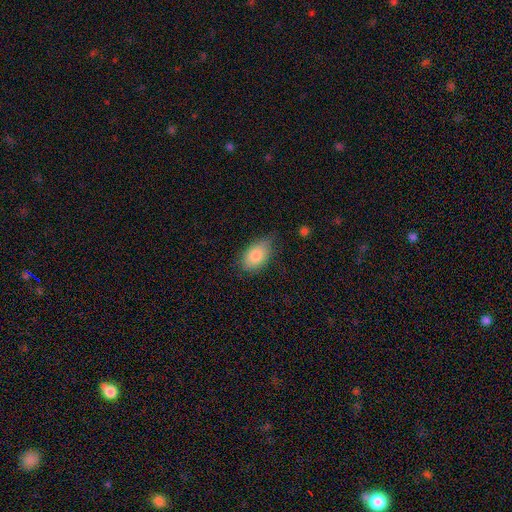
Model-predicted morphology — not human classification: type=smooth (84%); roundness=in between (91%); merging=none (69%).